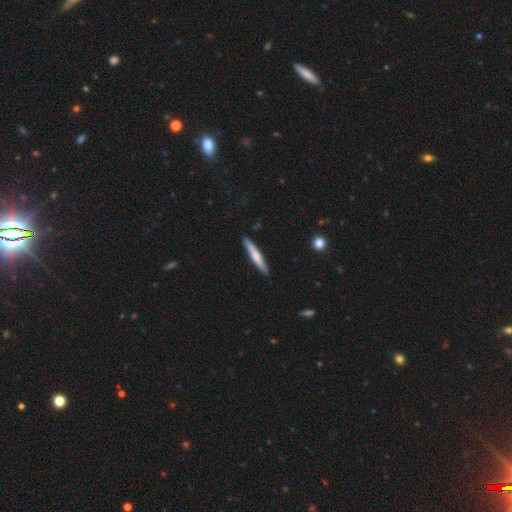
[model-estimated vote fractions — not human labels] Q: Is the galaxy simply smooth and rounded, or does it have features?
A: smooth — 60%.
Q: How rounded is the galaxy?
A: cigar-shaped — 94%.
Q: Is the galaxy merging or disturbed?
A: none — 89%.